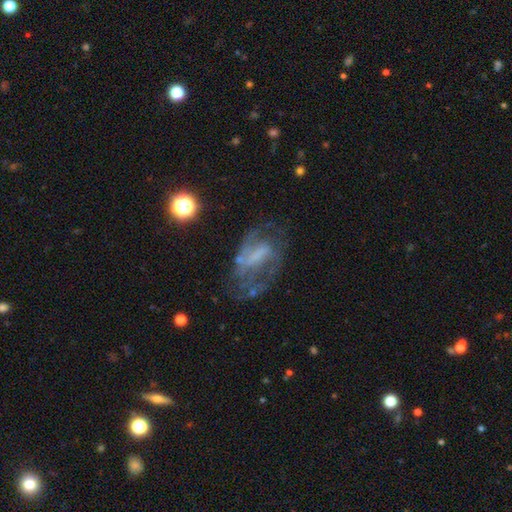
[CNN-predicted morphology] type=featured or disk (72%); edge-on=no (96%); bar=weak (41%); spiral arms=yes (74%); winding=medium (44%); arm count=2 (49%); bulge=none (53%); merging=none (48%).